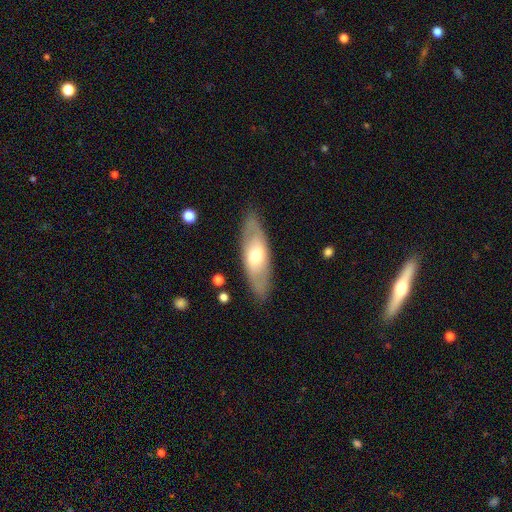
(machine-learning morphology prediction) A featured or disk galaxy (51%). Merging: none (85%).